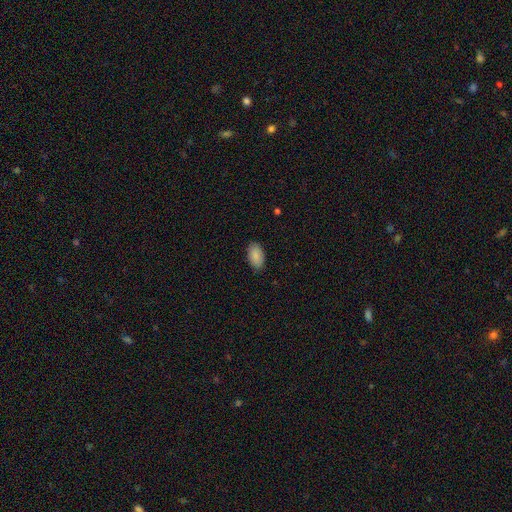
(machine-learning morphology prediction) The model was most divided on "merging": none: 87%, minor disturbance: 10%, major disturbance: 2%, merger: 1%. More confident: how rounded — in between (95%); smooth or featured — smooth (89%).